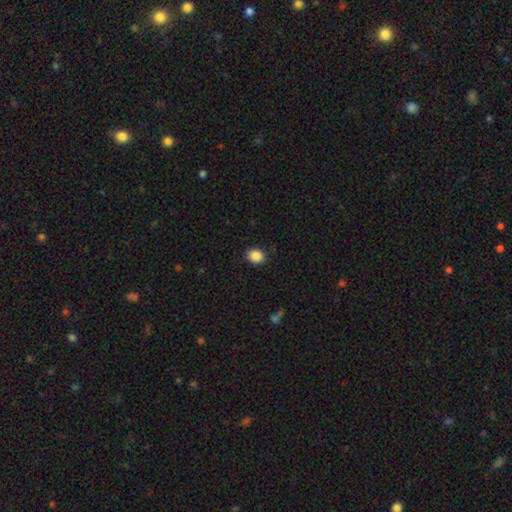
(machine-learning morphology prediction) Q: Smooth or featured?
A: smooth (87%); runner-up: star or artifact (9%)
Q: How rounded?
A: round (59%); runner-up: in between (41%)
Q: Merging?
A: none (89%); runner-up: minor disturbance (8%)